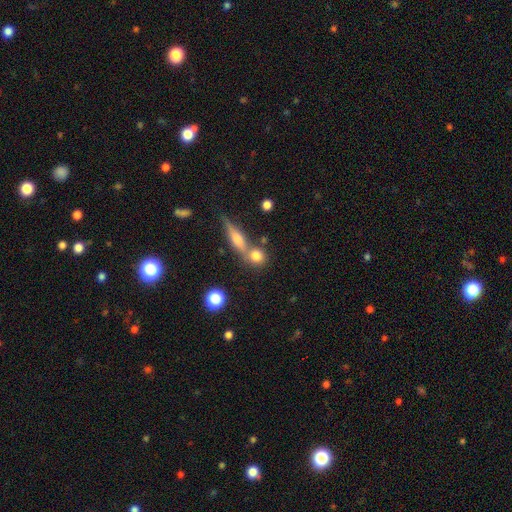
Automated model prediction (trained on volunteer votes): smooth 76%, featured or disk 13%, star or artifact 10%. Down the decision tree: how rounded — round (78%); merging — none (55%).